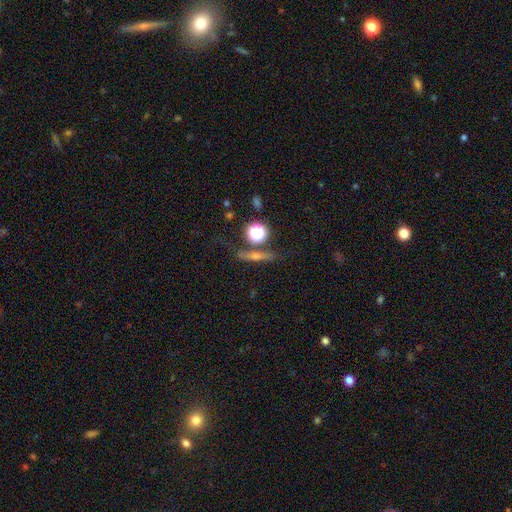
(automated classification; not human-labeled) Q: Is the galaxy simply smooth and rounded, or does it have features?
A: featured or disk — 53%.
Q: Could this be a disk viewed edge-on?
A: yes — 90%.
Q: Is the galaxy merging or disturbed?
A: none — 76%.